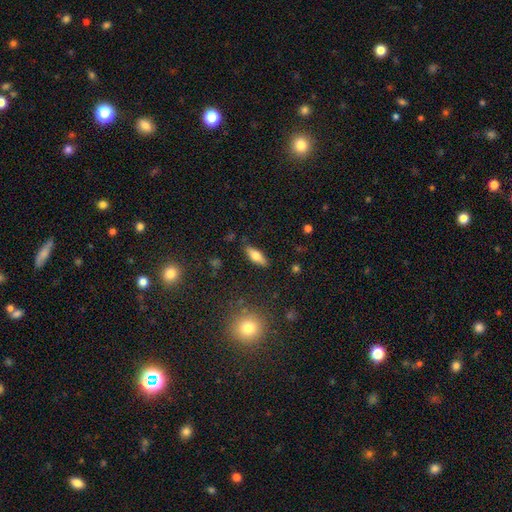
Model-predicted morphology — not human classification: Smooth or featured? smooth (67%)
How rounded? in between (62%)
Merging? none (85%)